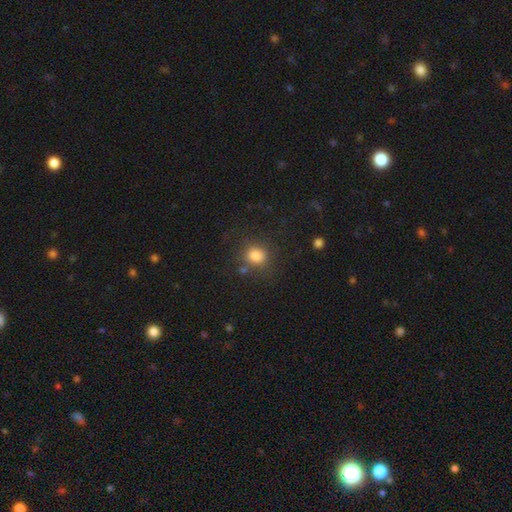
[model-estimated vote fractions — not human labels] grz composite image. It shows a smooth galaxy with no disk features (82%) that is round (75%). Merging: none (76%).